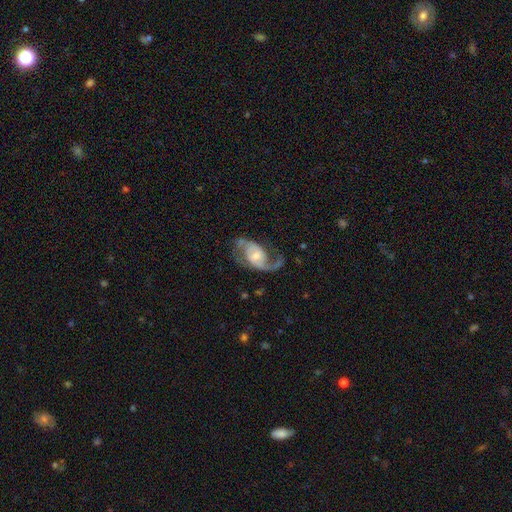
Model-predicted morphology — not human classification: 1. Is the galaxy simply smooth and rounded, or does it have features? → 86% featured or disk, 9% smooth, 5% star or artifact.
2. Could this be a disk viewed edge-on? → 97% no, 3% yes.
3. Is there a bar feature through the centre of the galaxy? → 45% weak, 43% no, 12% strong.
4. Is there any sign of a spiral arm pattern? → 95% yes, 5% no.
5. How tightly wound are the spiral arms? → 49% loose, 41% medium, 10% tight.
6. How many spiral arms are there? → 82% 2, 12% 1, 3% can't tell, 1% 3, 1% 4, 1% more than 4.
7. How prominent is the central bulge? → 47% small, 42% moderate, 5% large, 4% none, 1% dominant.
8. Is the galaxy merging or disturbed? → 59% none, 21% major disturbance, 18% minor disturbance, 3% merger.